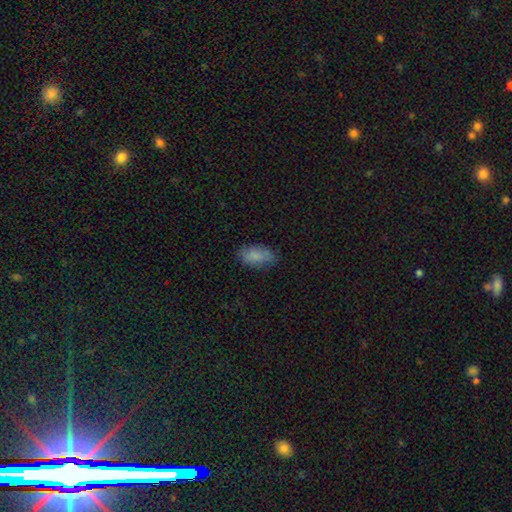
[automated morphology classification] Smooth or featured: smooth — 85% (featured or disk — 8%)
How rounded: in between — 91% (cigar-shaped — 5%)
Merging: none — 77% (minor disturbance — 18%)